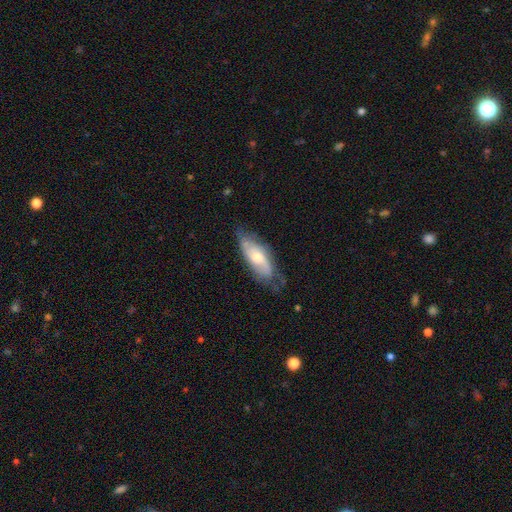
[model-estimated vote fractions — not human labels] A featured or disk galaxy (59%).

Vote fractions:
- Smooth or featured? featured or disk: 59% / smooth: 34% / star or artifact: 7%
- Edge-on disk? no: 82% / yes: 18%
- Merging? none: 62% / minor disturbance: 27% / major disturbance: 9% / merger: 2%